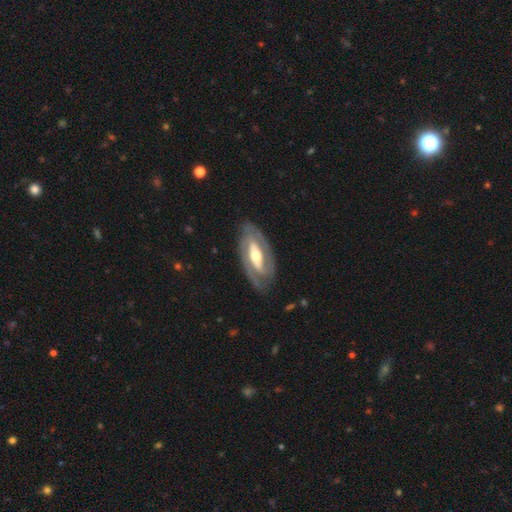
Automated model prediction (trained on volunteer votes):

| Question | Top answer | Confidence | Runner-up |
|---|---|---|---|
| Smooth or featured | featured or disk | 80% | smooth (16%) |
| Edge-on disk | no | 91% | yes (9%) |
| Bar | strong | 46% | no (28%) |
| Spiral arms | yes | 76% | no (24%) |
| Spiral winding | tight | 55% | medium (33%) |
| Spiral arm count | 2 | 79% | can't tell (13%) |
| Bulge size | moderate | 65% | small (22%) |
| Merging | none | 80% | minor disturbance (13%) |